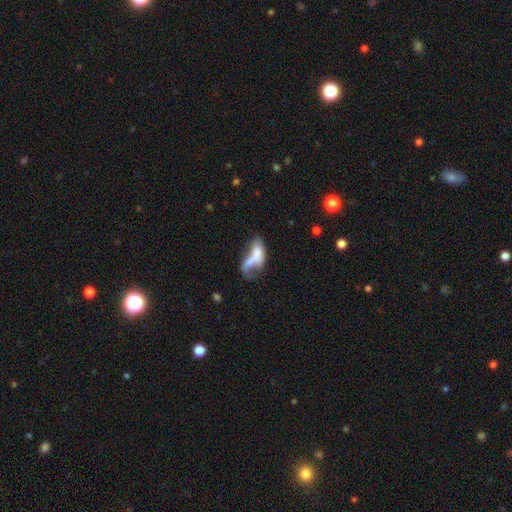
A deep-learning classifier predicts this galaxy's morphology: The model was most divided on "smooth or featured": smooth: 56%, featured or disk: 34%, star or artifact: 10%. Remaining: how rounded — in between (78%); merging — merger (48%).